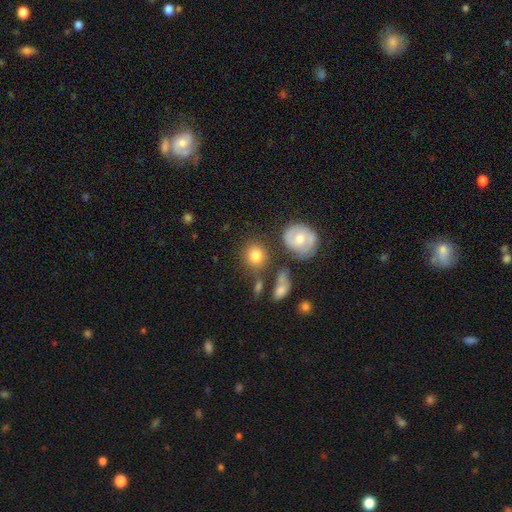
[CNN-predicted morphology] The model was most divided on "merging": none: 68%, minor disturbance: 14%, merger: 12%, major disturbance: 6%. More confident: how rounded — round (80%); smooth or featured — smooth (77%).